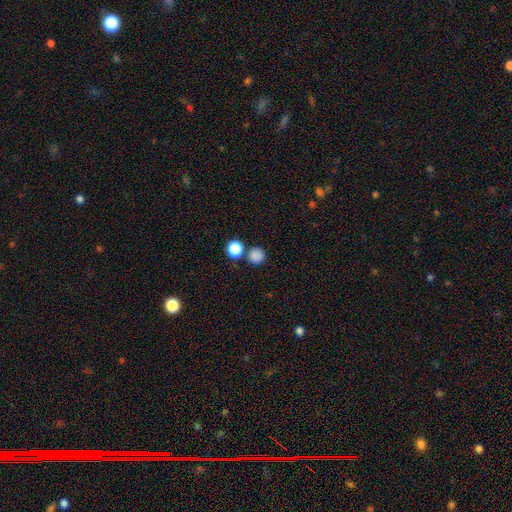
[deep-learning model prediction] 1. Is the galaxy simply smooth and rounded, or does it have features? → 84% smooth, 12% star or artifact, 4% featured or disk.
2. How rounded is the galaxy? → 92% round, 7% in between, 1% cigar-shaped.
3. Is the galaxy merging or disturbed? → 74% none, 15% merger, 8% minor disturbance, 3% major disturbance.